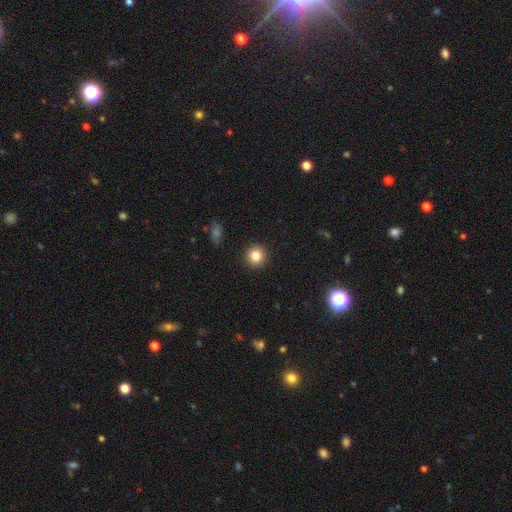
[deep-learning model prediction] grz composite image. It shows a smooth galaxy with no disk features (83%) that is round (94%). Merging: none (93%).